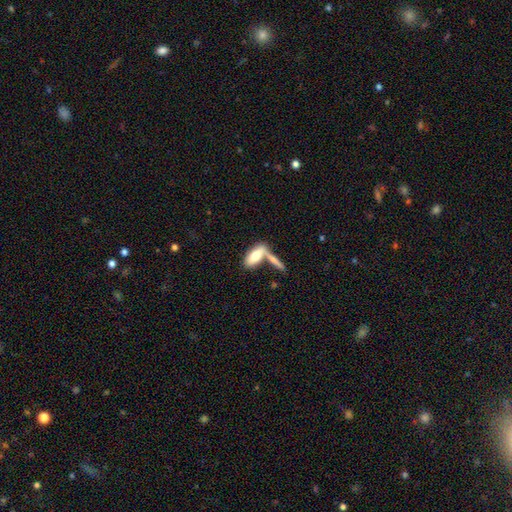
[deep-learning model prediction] Smooth or featured?
  - smooth: 69% *
  - featured or disk: 25%
  - star or artifact: 6%
How rounded?
  - in between: 73% *
  - cigar-shaped: 24%
  - round: 3%
Merging?
  - merger: 46% *
  - none: 37%
  - minor disturbance: 11%
  - major disturbance: 6%